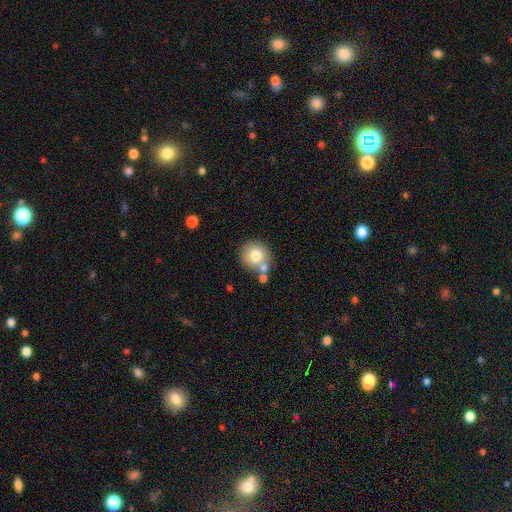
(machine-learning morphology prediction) A smooth galaxy with no disk features (74%) that is round (88%). Merging: none (57%).